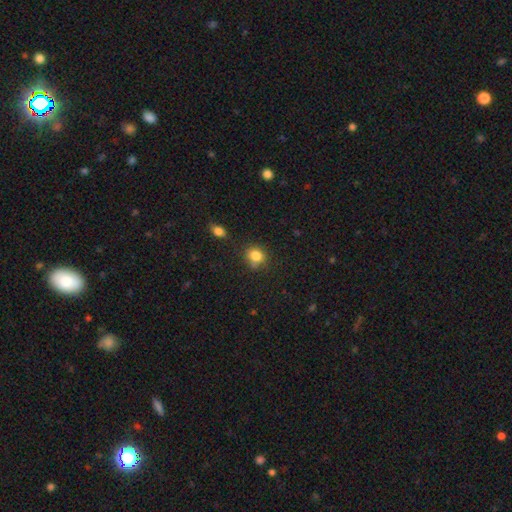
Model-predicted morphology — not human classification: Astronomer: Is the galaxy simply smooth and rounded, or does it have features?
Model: smooth — 83%.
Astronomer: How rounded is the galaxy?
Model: round — 74%.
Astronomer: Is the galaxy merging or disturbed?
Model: none — 71%.